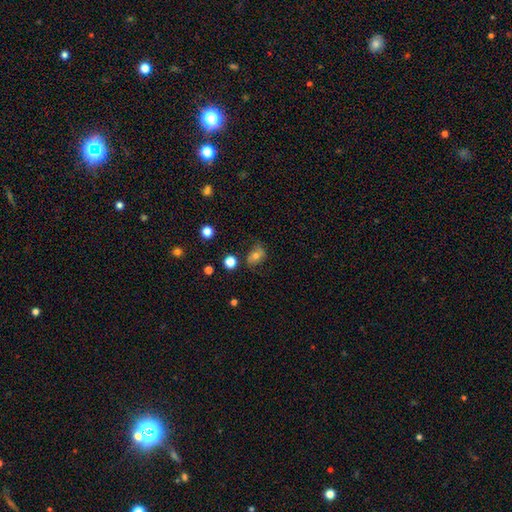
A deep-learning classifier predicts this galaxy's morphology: The model was most divided on "how rounded": in between: 67%, round: 32%, cigar-shaped: 2%. More confident: smooth or featured — smooth (65%); merging — none (65%).